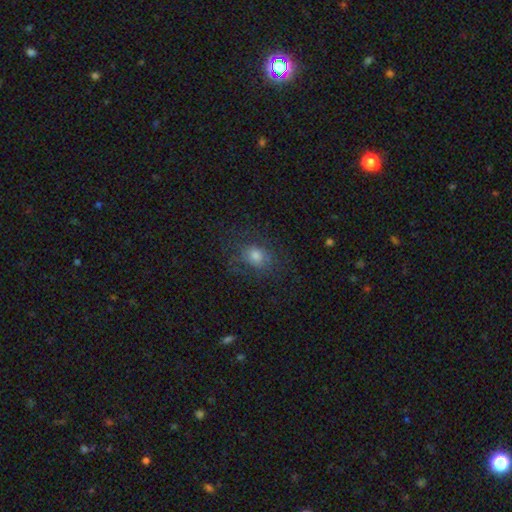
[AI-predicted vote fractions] smooth_or_featured: smooth (p=0.63) [alt: featured or disk p=0.22]
how_rounded: round (p=0.55) [alt: in between p=0.43]
merging: none (p=0.66) [alt: minor disturbance p=0.18]